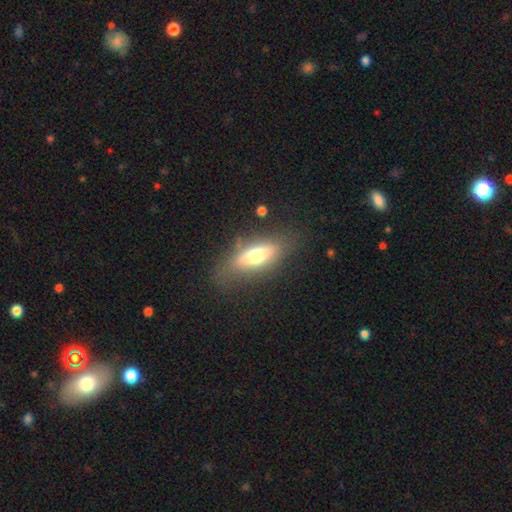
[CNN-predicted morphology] smooth-or-featured: smooth: 52% | featured or disk: 40% | star or artifact: 8%
  how-rounded: in between: 63% | cigar-shaped: 34% | round: 4%
  merging: none: 69% | minor disturbance: 19% | major disturbance: 10% | merger: 2%